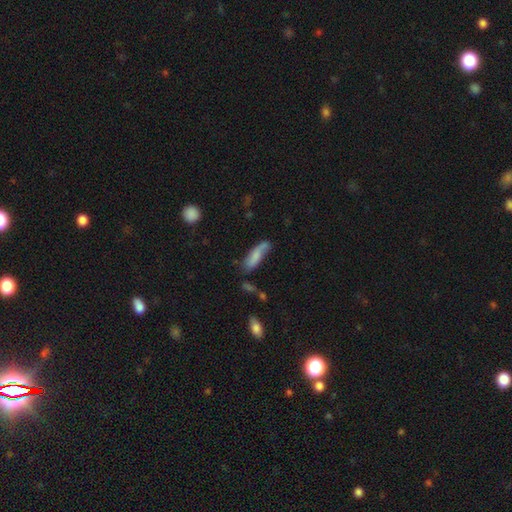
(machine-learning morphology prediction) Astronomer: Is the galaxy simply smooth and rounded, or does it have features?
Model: smooth — 68%.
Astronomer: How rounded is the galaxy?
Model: cigar-shaped — 54% (runner-up: in between, 43%).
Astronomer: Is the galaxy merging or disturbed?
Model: none — 50% (runner-up: minor disturbance, 29%).